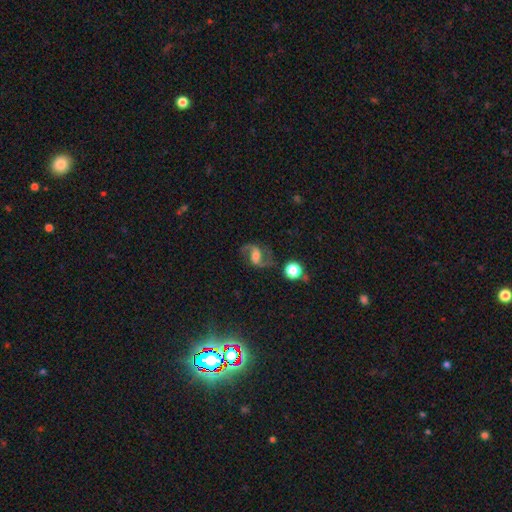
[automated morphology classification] smooth-or-featured: featured or disk: 83% | smooth: 9% | star or artifact: 9%
  disk-edge-on: no: 97% | yes: 3%
    bar: weak: 44% | strong: 30% | no: 26%
    has-spiral-arms: yes: 96% | no: 4%
      spiral-winding: loose: 51% | medium: 41% | tight: 8%
      spiral-arm-count: 2: 93% | can't tell: 2% | 1: 2% | 3: 1% | 4: 1% | more than 4: 1%
    bulge-size: moderate: 43% | small: 26% | large: 18% | none: 11% | dominant: 3%
  merging: none: 75% | minor disturbance: 13% | major disturbance: 8% | merger: 3%